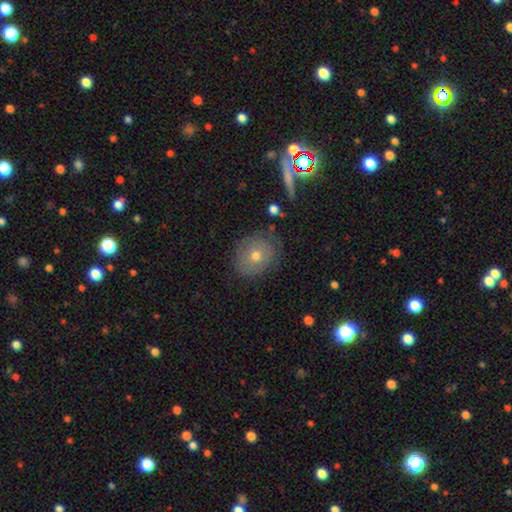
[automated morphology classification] Smooth or featured? Predicted: smooth (p=0.59). How rounded? Predicted: round (p=0.74). Merging? Predicted: none (p=0.81).